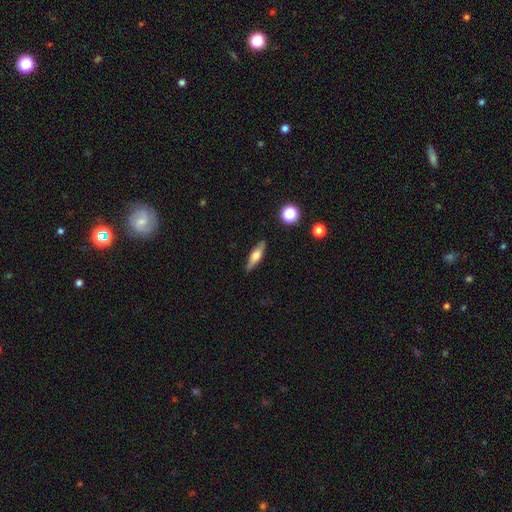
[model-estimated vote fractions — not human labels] Overall: smooth (51%; featured or disk 41%). How rounded: cigar-shaped (60%; in between 37%). Merging: none (86%).